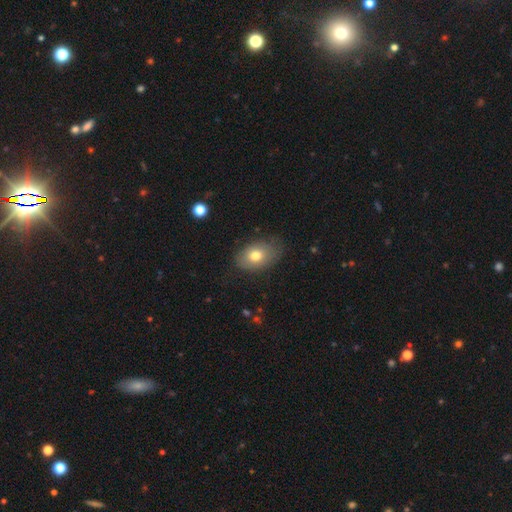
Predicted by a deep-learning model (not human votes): A smooth galaxy with no disk features (73%) that is in between round and cigar-shaped (83%). Merging: none (72%).